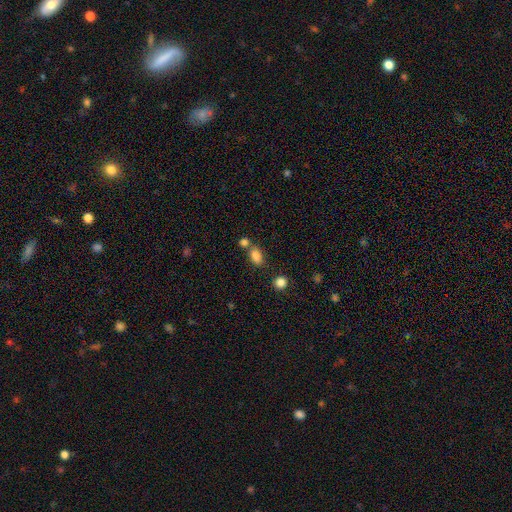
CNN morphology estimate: Smooth or featured?
  - smooth: 84% *
  - star or artifact: 10%
  - featured or disk: 6%
How rounded?
  - in between: 83% *
  - round: 14%
  - cigar-shaped: 3%
Merging?
  - none: 59% *
  - merger: 25%
  - minor disturbance: 12%
  - major disturbance: 4%